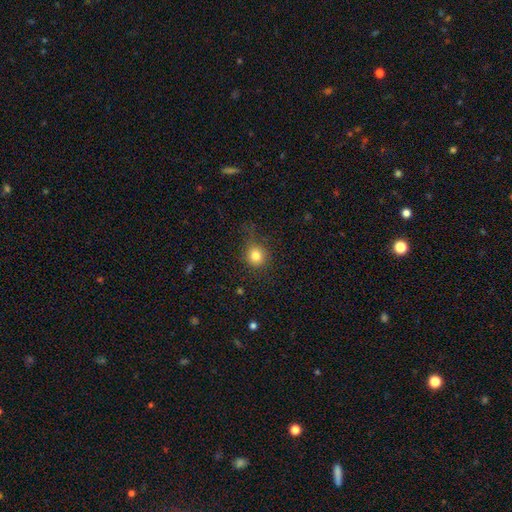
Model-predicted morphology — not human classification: Smooth or featured: smooth — 81% (star or artifact — 12%)
How rounded: round — 87% (in between — 12%)
Merging: none — 73% (minor disturbance — 18%)